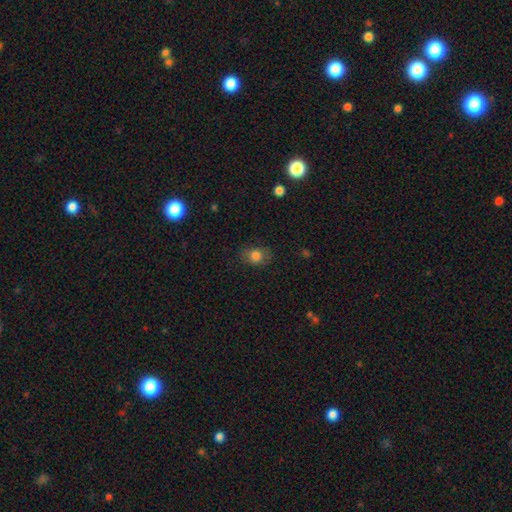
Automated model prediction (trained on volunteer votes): smooth-or-featured: smooth: 80% | star or artifact: 11% | featured or disk: 9%
  how-rounded: round: 51% | in between: 48% | cigar-shaped: 1%
  merging: none: 77% | minor disturbance: 16% | major disturbance: 5% | merger: 1%